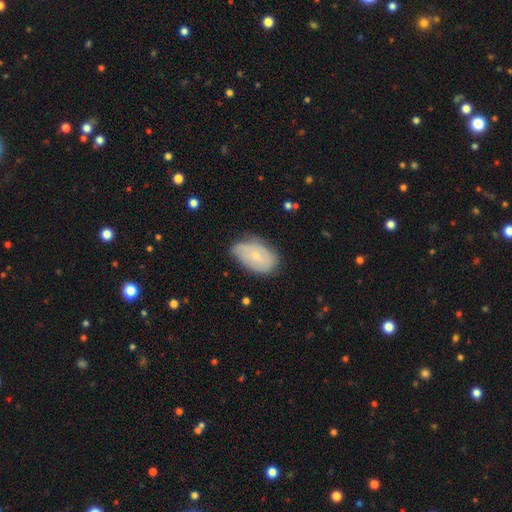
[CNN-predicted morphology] Overall: smooth (55%; featured or disk 38%). How rounded: in between (90%). Merging: none (61%; minor disturbance 30%).